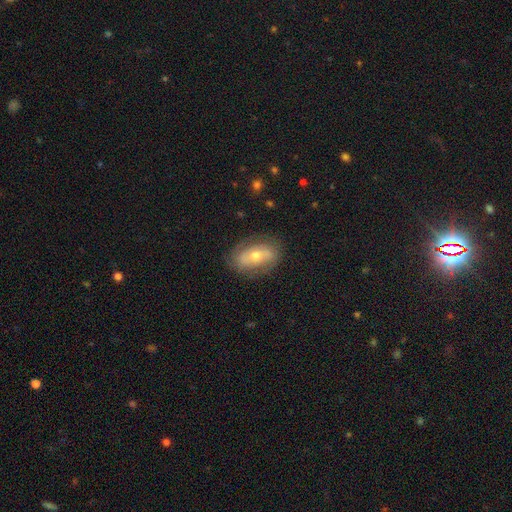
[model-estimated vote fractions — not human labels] Smooth or featured? Predicted: featured or disk (p=0.50). Edge-on disk? Predicted: no (p=0.87). Merging? Predicted: none (p=0.78).